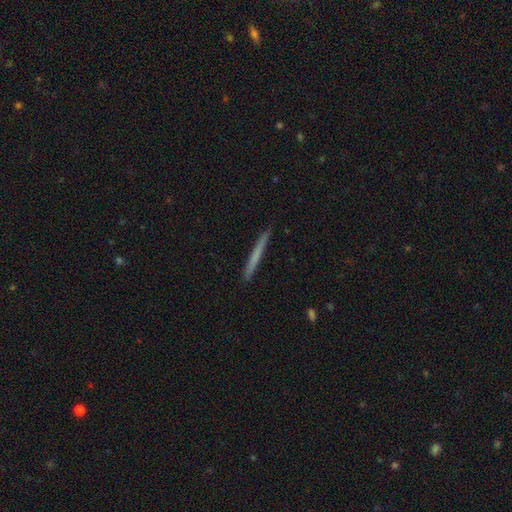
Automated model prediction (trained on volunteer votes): Smooth or featured? Predicted: smooth (p=0.61). How rounded? Predicted: cigar-shaped (p=0.97). Merging? Predicted: none (p=0.92).